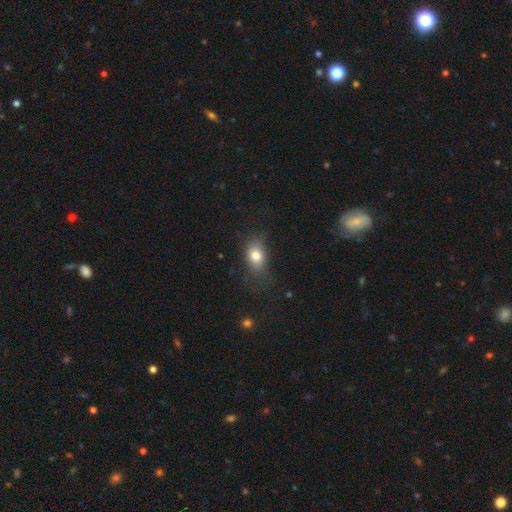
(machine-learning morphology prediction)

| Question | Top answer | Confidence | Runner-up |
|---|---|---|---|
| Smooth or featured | smooth | 79% | featured or disk (11%) |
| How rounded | in between | 76% | round (21%) |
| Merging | none | 63% | minor disturbance (23%) |